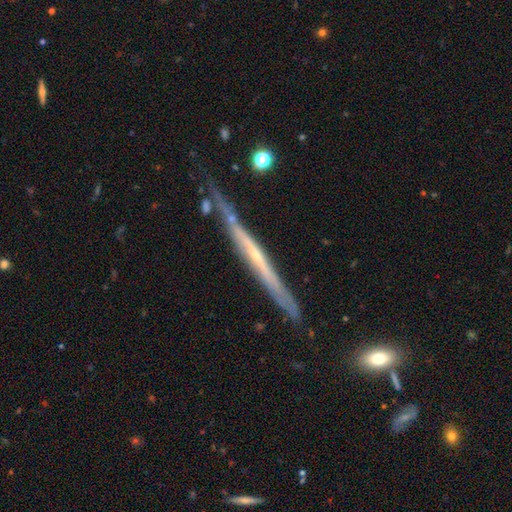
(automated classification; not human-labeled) This is likely a featured or disk galaxy (76%). It is clearly viewed edge-on (95%). Edge-on bulge: likely none (61%). Merging: likely none (74%).